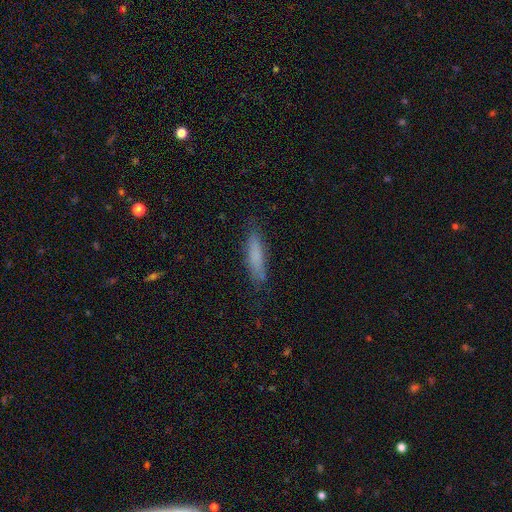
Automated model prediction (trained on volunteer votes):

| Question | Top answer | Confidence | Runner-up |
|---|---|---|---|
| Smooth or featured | smooth | 75% | featured or disk (18%) |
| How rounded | cigar-shaped | 80% | in between (18%) |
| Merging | none | 80% | minor disturbance (15%) |